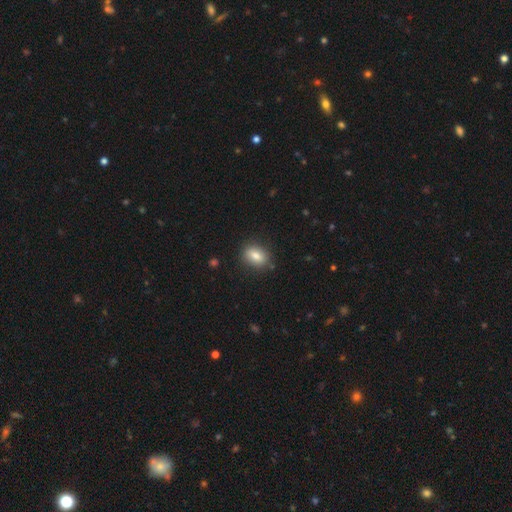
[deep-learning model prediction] Smooth or featured? smooth (81%)
How rounded? in between (76%)
Merging? none (84%)